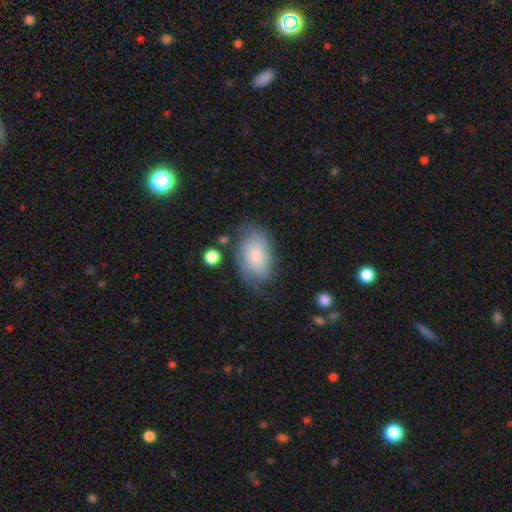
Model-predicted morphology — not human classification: Smooth or featured? smooth (64%)
How rounded? in between (90%)
Merging? none (53%)